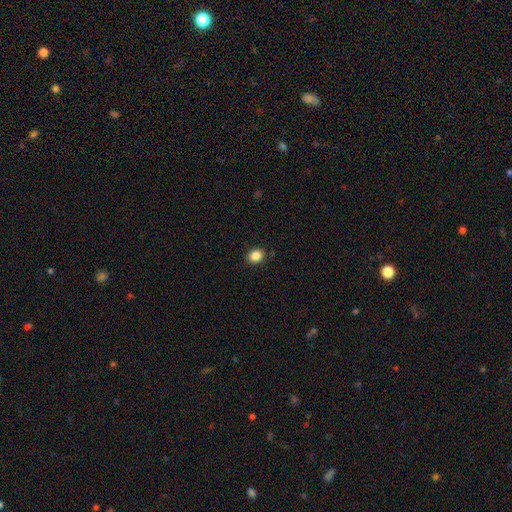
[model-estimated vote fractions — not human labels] A smooth galaxy with no disk features (85%) that is round (60%).

Vote fractions:
- Smooth or featured? smooth: 85% / star or artifact: 10% / featured or disk: 4%
- How rounded? round: 60% / in between: 39% / cigar-shaped: 1%
- Merging? none: 89% / minor disturbance: 8% / major disturbance: 2% / merger: 1%